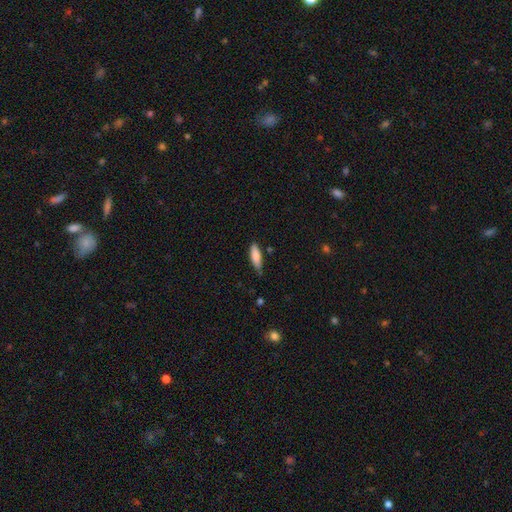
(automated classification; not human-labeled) smooth 82%, featured or disk 11%, star or artifact 6%. Down the decision tree: how rounded — cigar-shaped (49%, tied with in between); merging — none (74%).